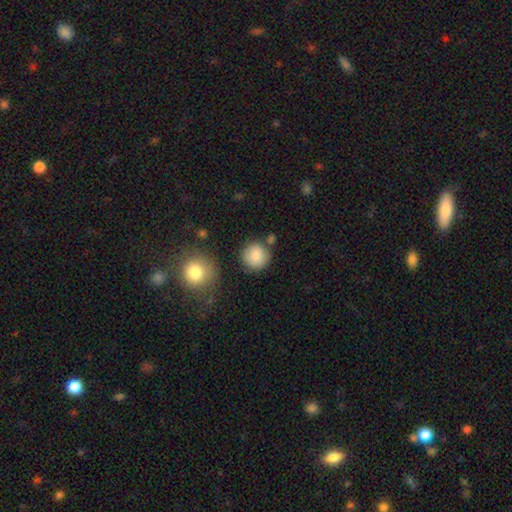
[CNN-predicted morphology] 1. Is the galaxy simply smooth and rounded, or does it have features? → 86% smooth, 8% star or artifact, 6% featured or disk.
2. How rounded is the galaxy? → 93% round, 6% in between, 1% cigar-shaped.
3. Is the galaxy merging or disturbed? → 80% none, 11% minor disturbance, 6% merger, 4% major disturbance.